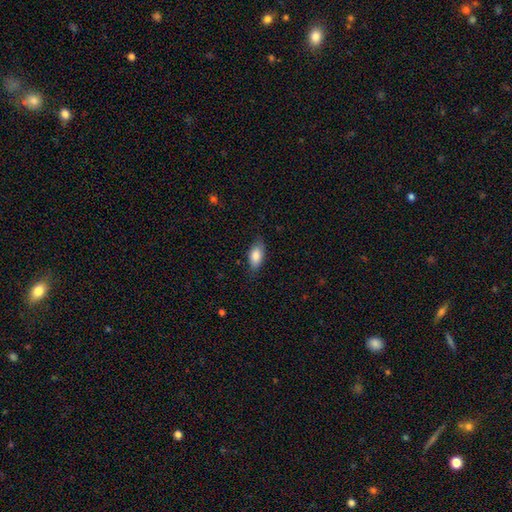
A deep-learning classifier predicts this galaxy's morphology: Overall: smooth (84%). How rounded: in between (90%). Merging: none (79%).